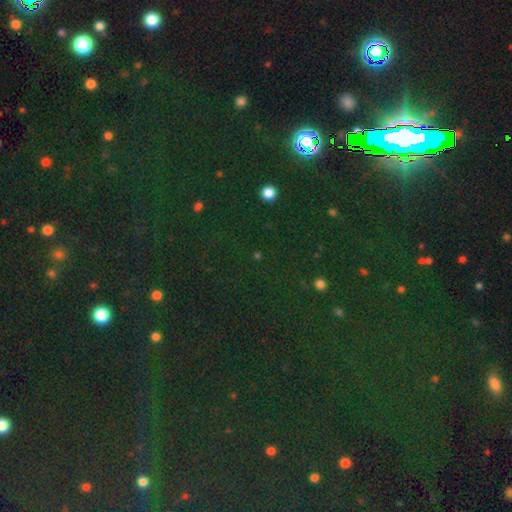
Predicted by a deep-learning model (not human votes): A star or artifact, not a galaxy (76%).